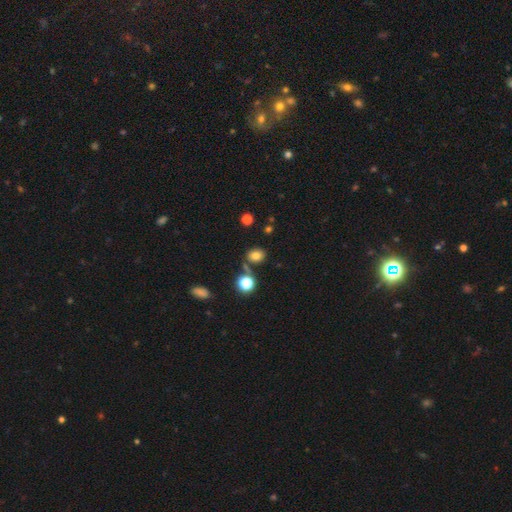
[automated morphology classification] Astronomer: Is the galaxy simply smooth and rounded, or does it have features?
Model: smooth — 76%.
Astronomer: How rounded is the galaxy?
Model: in between — 52% (runner-up: round, 47%).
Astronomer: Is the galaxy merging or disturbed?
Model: none — 73%.